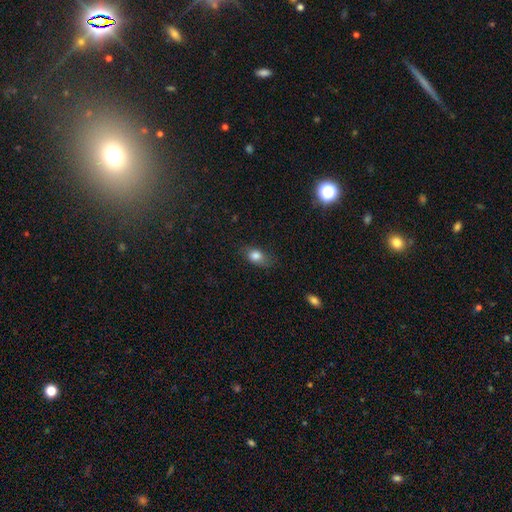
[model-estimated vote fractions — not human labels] This appears to be a smooth galaxy with no disk features (81%) that is in between round and cigar-shaped (78%). Merging: none (73%).